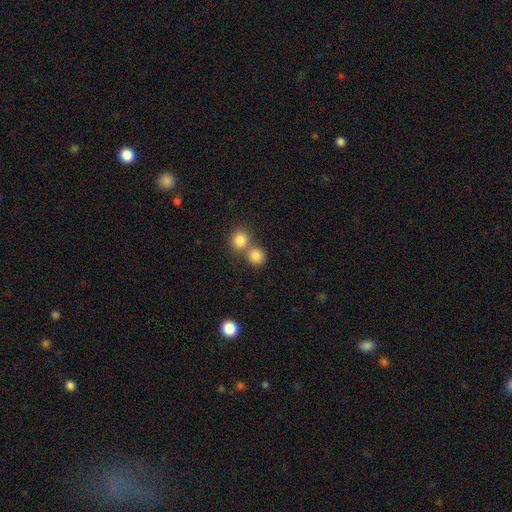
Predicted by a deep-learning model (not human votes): Smooth or featured: smooth — 84% (star or artifact — 10%)
How rounded: round — 88% (in between — 11%)
Merging: none — 48% (merger — 43%)